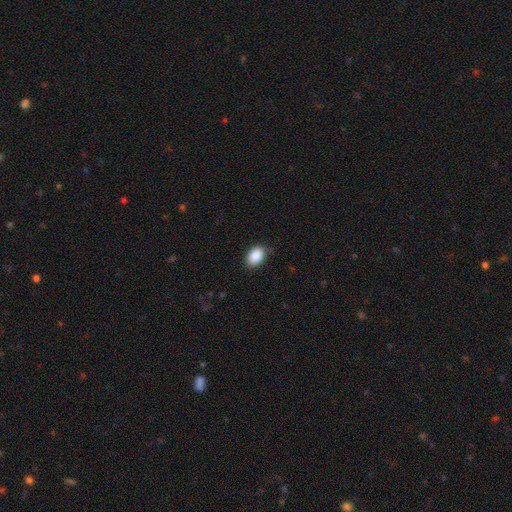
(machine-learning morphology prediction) Q: Smooth or featured?
A: smooth (89%); runner-up: star or artifact (7%)
Q: How rounded?
A: in between (83%); runner-up: round (16%)
Q: Merging?
A: none (81%); runner-up: minor disturbance (15%)